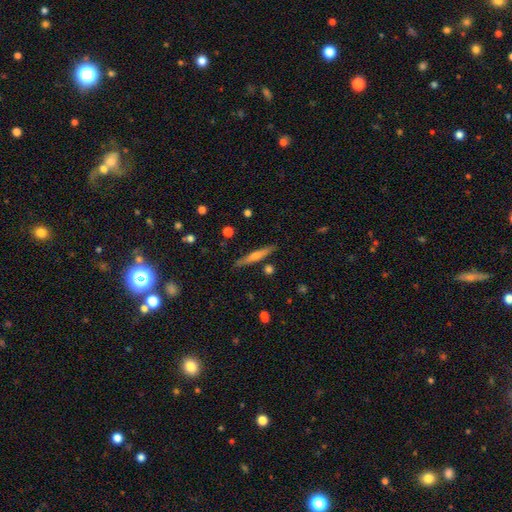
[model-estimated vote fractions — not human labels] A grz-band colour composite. It shows a featured or disk galaxy (52%) viewed edge-on (96%). Merging: none (87%).